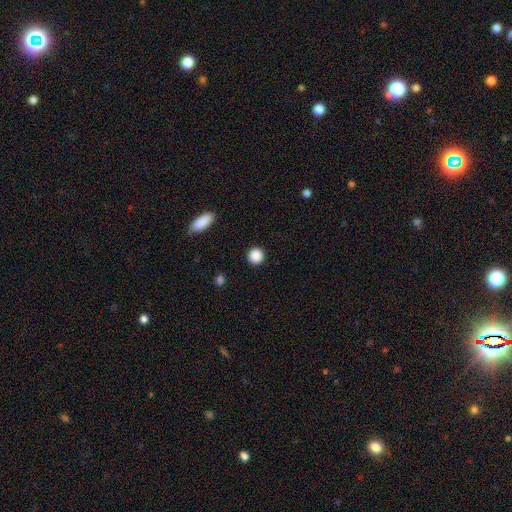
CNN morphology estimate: Smooth or featured? Predicted: smooth (p=0.88). How rounded? Predicted: round (p=0.94). Merging? Predicted: none (p=0.92).